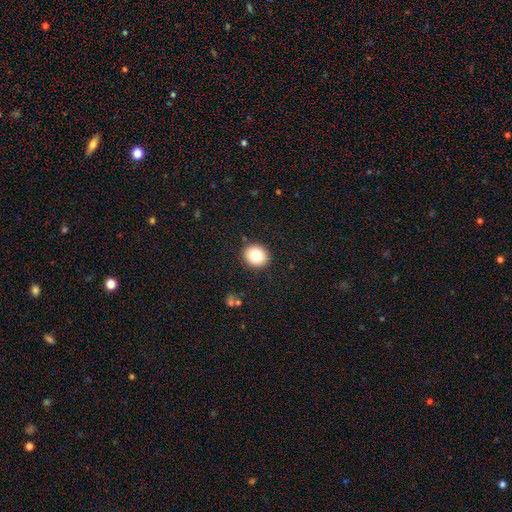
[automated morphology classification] smooth 83%, star or artifact 9%, featured or disk 8%. Down the decision tree: how rounded — round (77%); merging — none (91%).